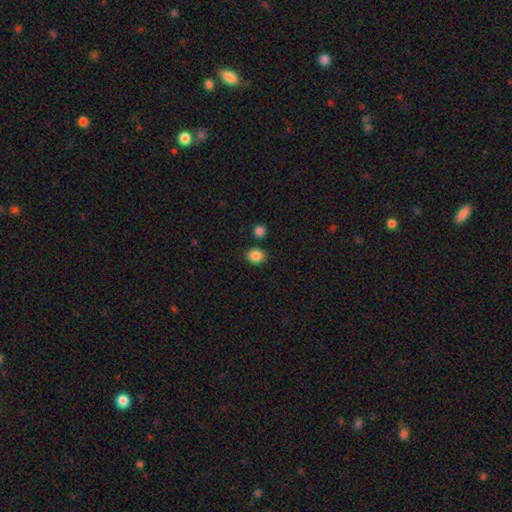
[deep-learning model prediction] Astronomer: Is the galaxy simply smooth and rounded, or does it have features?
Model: smooth — 86%.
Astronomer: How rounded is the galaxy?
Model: round — 72%.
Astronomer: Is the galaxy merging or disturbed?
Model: none — 83%.